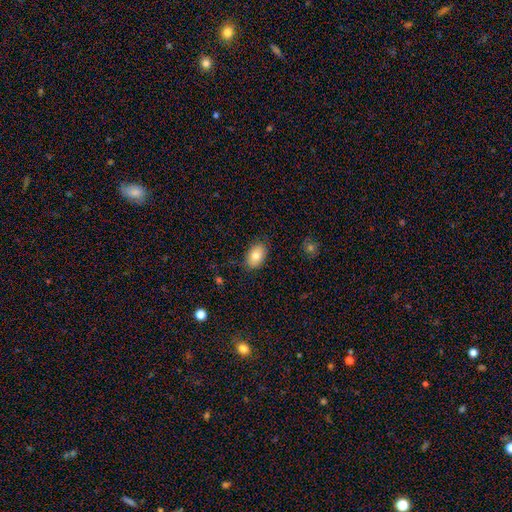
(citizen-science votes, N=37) This appears to be a smooth galaxy with no disk features (81%) that is in between round and cigar-shaped (93%). Merging: none (75%).